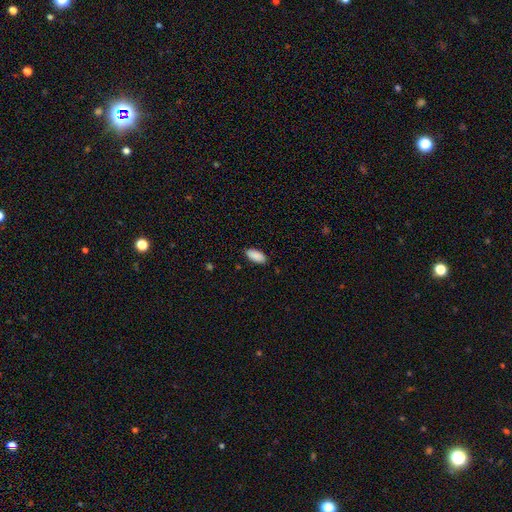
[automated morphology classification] Smooth or featured: smooth — 90% (star or artifact — 6%)
How rounded: in between — 91% (cigar-shaped — 7%)
Merging: none — 87% (minor disturbance — 10%)